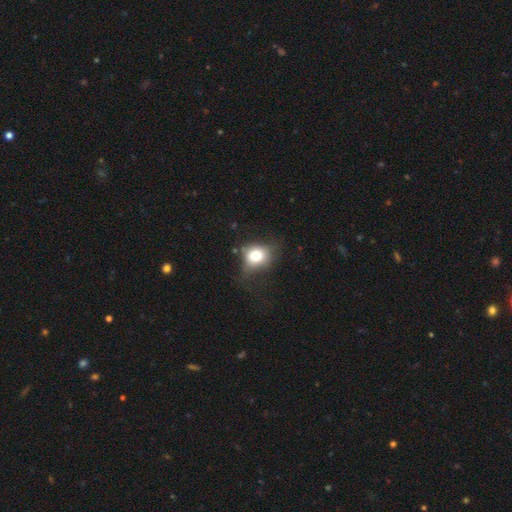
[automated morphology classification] A smooth galaxy with no disk features (73%) that is round (64%).

Vote fractions:
- Smooth or featured? smooth: 73% / featured or disk: 15% / star or artifact: 12%
- How rounded? round: 64% / in between: 35% / cigar-shaped: 1%
- Merging? none: 53% / minor disturbance: 28% / major disturbance: 16% / merger: 3%